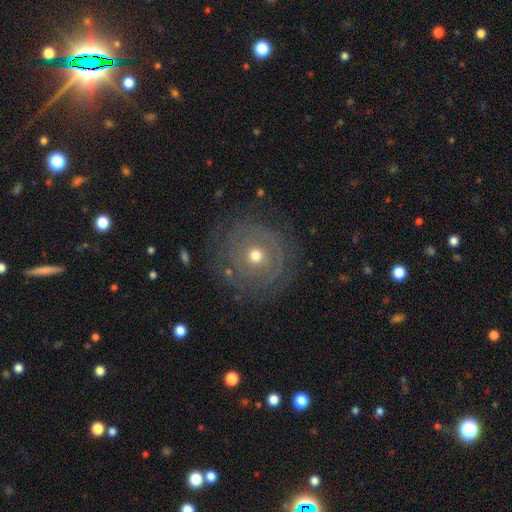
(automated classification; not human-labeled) The model was most divided on "bulge size": moderate: 55%, small: 40%, large: 3%, dominant: 1%, none: 1%. More confident: edge-on disk — no (96%); bar — no (87%); merging — none (76%); smooth or featured — featured or disk (64%); spiral arms — yes (62%).